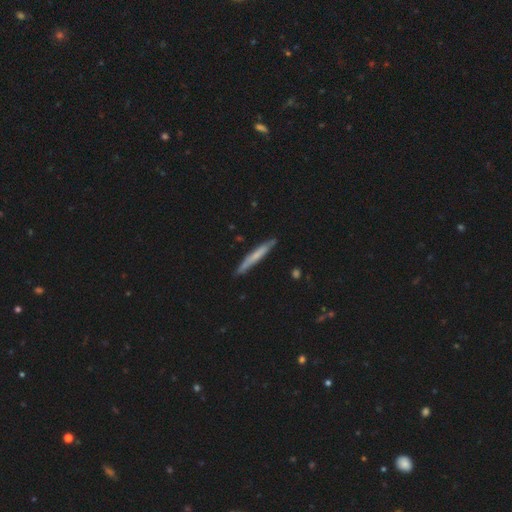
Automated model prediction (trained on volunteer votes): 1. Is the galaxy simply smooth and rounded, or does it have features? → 57% smooth, 37% featured or disk, 6% star or artifact.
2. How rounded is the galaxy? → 96% cigar-shaped, 3% in between, 1% round.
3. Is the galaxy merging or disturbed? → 85% none, 11% minor disturbance, 2% major disturbance, 2% merger.